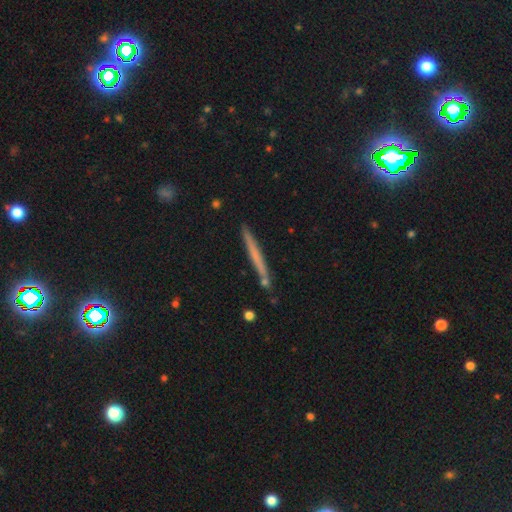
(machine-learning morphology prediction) A smooth galaxy with no disk features (54%) that is cigar-shaped (97%).

Vote fractions:
- Smooth or featured? smooth: 54% / featured or disk: 39% / star or artifact: 7%
- How rounded? cigar-shaped: 97% / in between: 2% / round: 1%
- Merging? none: 86% / minor disturbance: 9% / merger: 3% / major disturbance: 2%